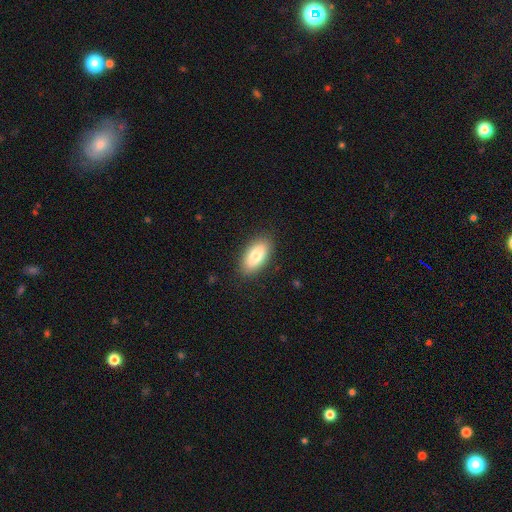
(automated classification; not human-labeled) Overall: smooth (82%). How rounded: in between (89%). Merging: none (87%).